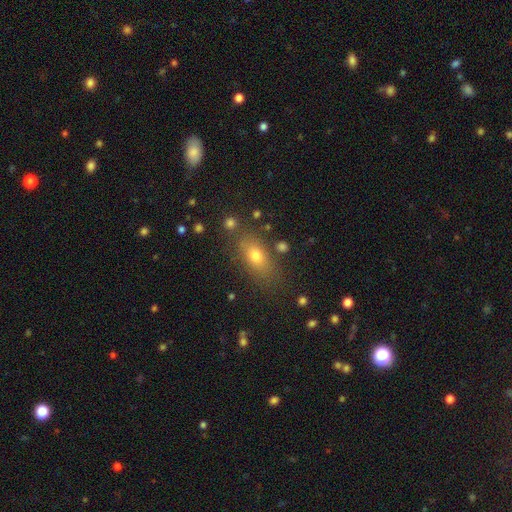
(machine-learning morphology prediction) Smooth or featured: smooth — 71% (featured or disk — 16%)
How rounded: in between — 76% (cigar-shaped — 12%)
Merging: none — 77% (minor disturbance — 13%)